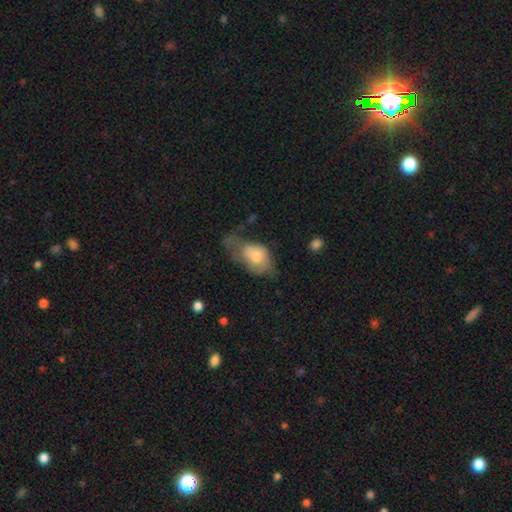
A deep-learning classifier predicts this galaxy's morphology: This appears to be a smooth galaxy with no disk features (65%) that is in between round and cigar-shaped (86%). Merging: major disturbance (41%).